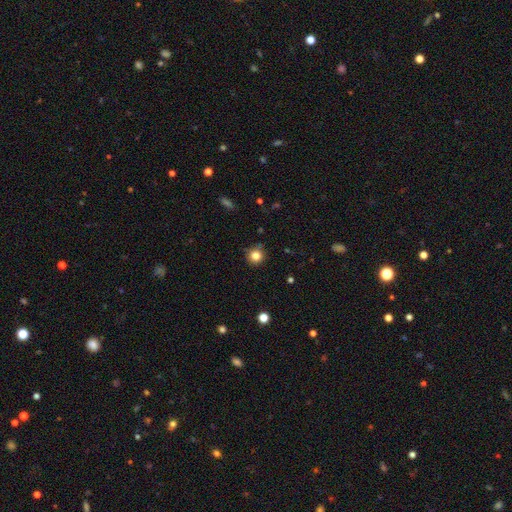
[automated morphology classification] This appears to be a smooth galaxy with no disk features (81%) that is round (93%). Merging: none (85%).